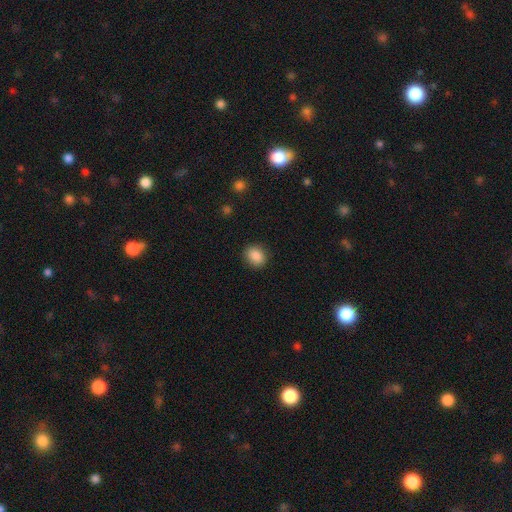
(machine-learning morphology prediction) A smooth galaxy with no disk features (88%) that is round (56%). Merging: none (88%).